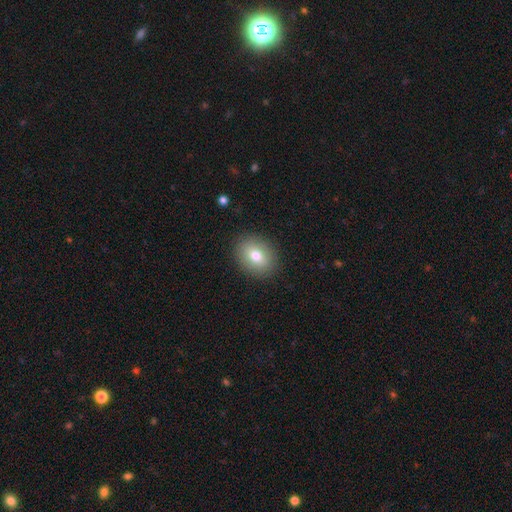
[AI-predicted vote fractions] smooth_or_featured: smooth (p=0.76) [alt: featured or disk p=0.15]
how_rounded: in between (p=0.61) [alt: round p=0.38]
merging: none (p=0.88) [alt: minor disturbance p=0.08]